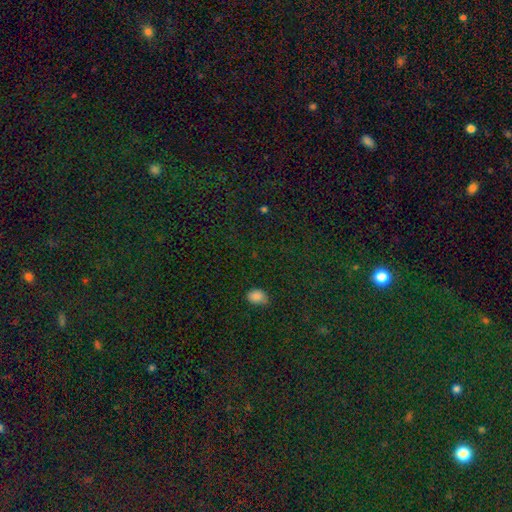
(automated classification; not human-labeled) Smooth or featured? star or artifact (73%)